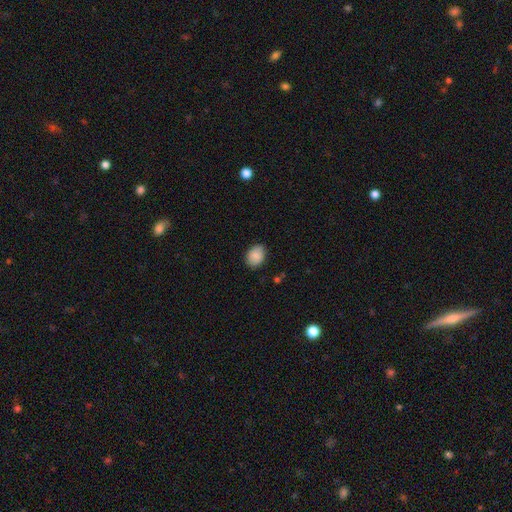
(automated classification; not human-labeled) The model was most divided on "how rounded": in between: 63%, round: 36%, cigar-shaped: 1%. More confident: smooth or featured — smooth (86%); merging — none (82%).